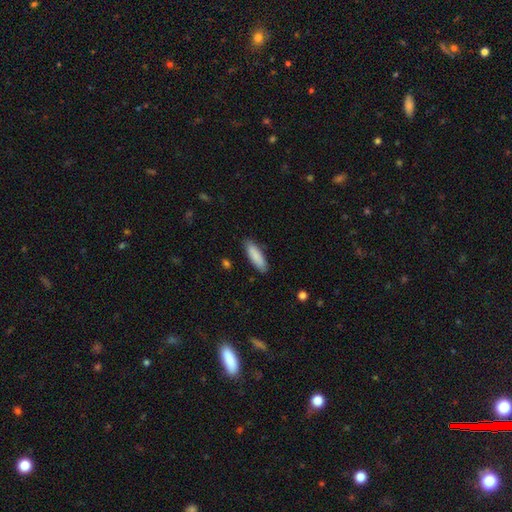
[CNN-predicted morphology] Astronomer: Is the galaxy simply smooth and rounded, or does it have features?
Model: smooth — 87%.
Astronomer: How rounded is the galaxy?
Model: cigar-shaped — 52% (runner-up: in between, 47%).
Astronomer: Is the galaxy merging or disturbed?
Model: none — 87%.